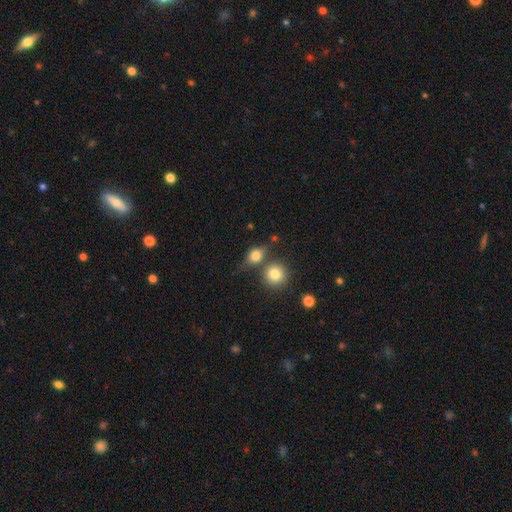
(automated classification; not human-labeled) Smooth or featured? smooth (76%)
How rounded? in between (51%)
Merging? none (58%)